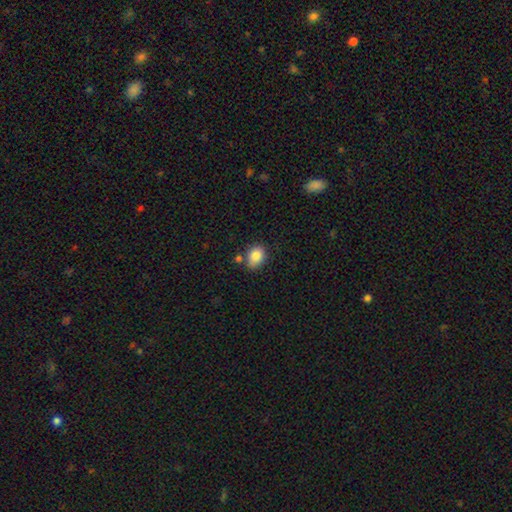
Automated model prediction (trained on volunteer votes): Q: Smooth or featured?
A: smooth (85%); runner-up: star or artifact (9%)
Q: How rounded?
A: in between (67%); runner-up: round (32%)
Q: Merging?
A: none (70%); runner-up: minor disturbance (18%)